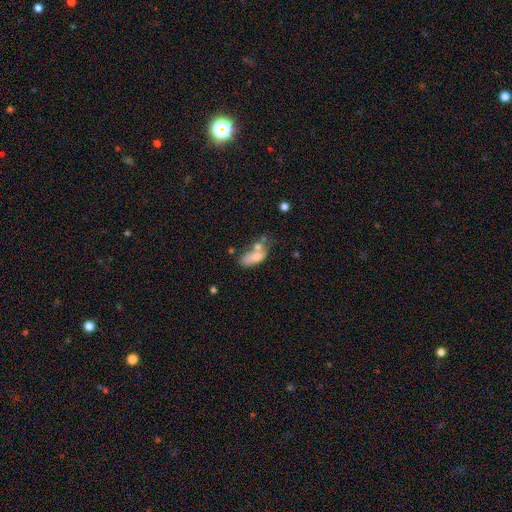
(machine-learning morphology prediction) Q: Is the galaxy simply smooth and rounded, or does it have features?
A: smooth — 68%.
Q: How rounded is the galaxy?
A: in between — 81%.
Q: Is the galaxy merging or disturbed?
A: merger — 42%.